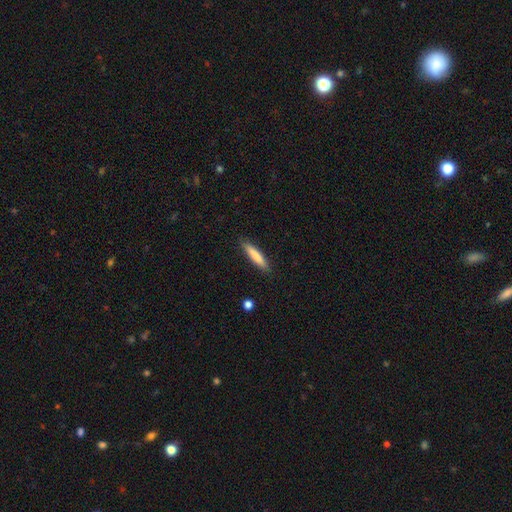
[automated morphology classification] Smooth or featured? smooth (78%)
How rounded? cigar-shaped (89%)
Merging? none (88%)